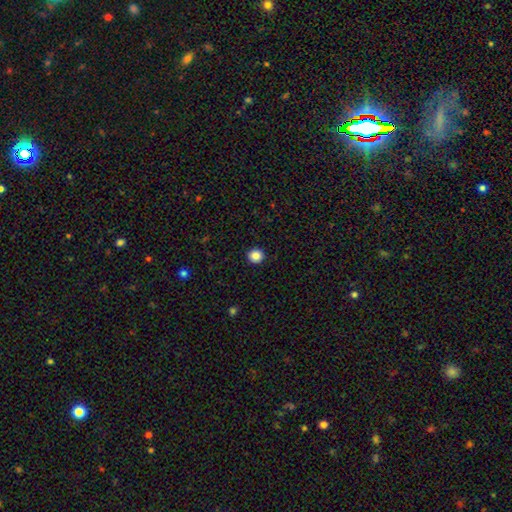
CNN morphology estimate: type=smooth (86%); roundness=round (94%); merging=none (93%).